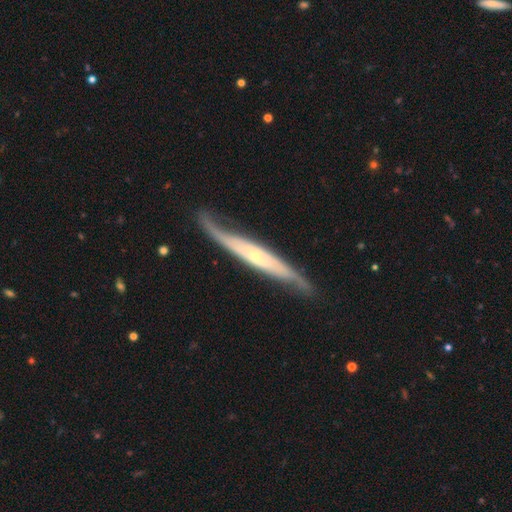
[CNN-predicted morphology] type=featured or disk (78%); edge-on=yes (63%); merging=none (70%).